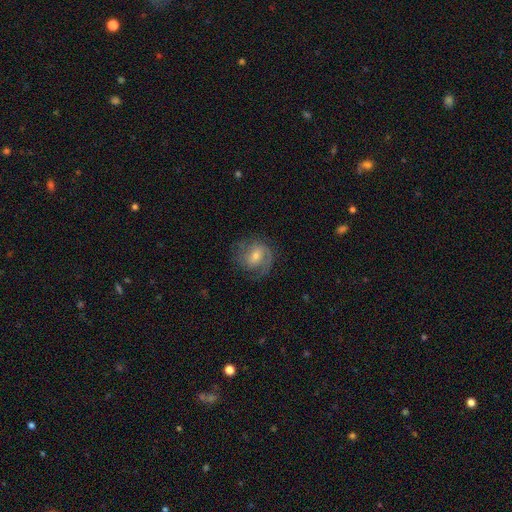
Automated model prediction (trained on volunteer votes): Smooth or featured? featured or disk (72%)
Edge-on disk? no (97%)
Bar? weak (49%)
Spiral arms? yes (91%)
Spiral winding? medium (45%)
Spiral arm count? 2 (51%)
Bulge size? moderate (47%)
Merging? none (67%)